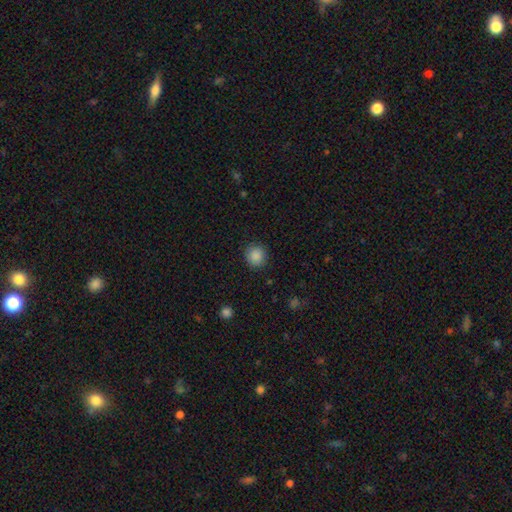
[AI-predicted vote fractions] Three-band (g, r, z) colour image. It shows a smooth galaxy with no disk features (88%) that is round (90%). Merging: none (90%).